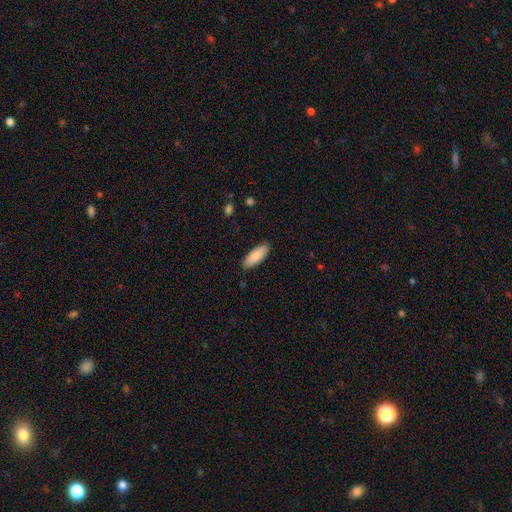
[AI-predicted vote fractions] Smooth or featured?
  - smooth: 89% *
  - star or artifact: 6%
  - featured or disk: 5%
How rounded?
  - in between: 73% *
  - cigar-shaped: 25%
  - round: 1%
Merging?
  - none: 88% *
  - minor disturbance: 9%
  - major disturbance: 2%
  - merger: 1%